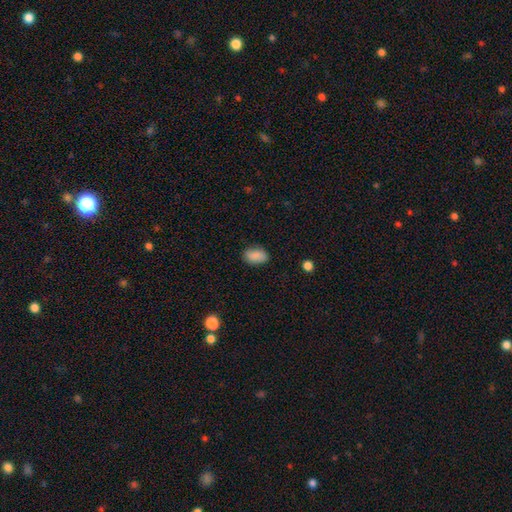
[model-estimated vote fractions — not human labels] smooth 88%, star or artifact 8%, featured or disk 4%. Down the decision tree: how rounded — in between (90%); merging — none (83%).